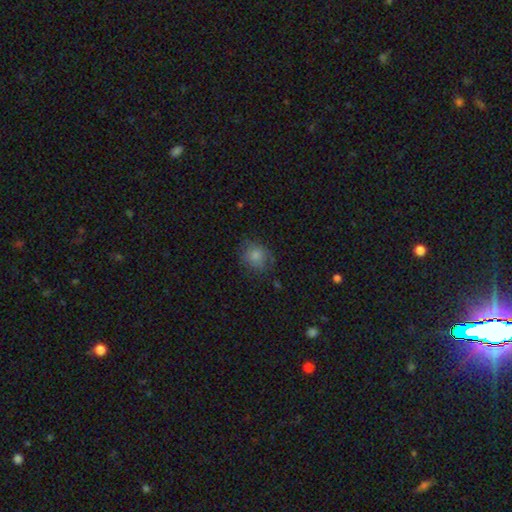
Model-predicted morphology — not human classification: A smooth galaxy with no disk features (78%) that is round (73%). Merging: none (68%).